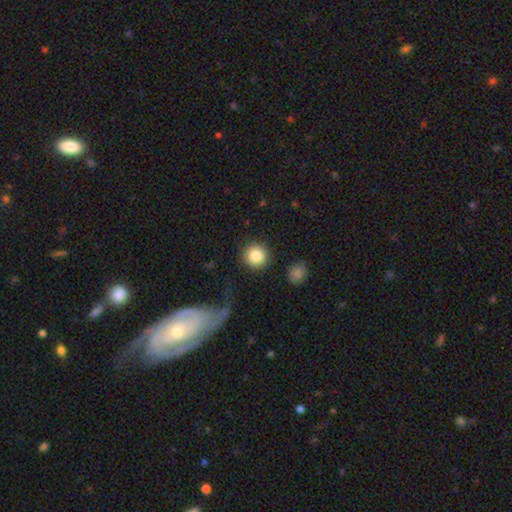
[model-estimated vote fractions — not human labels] Morphology: type=smooth (85%); roundness=round (94%); merging=none (87%).